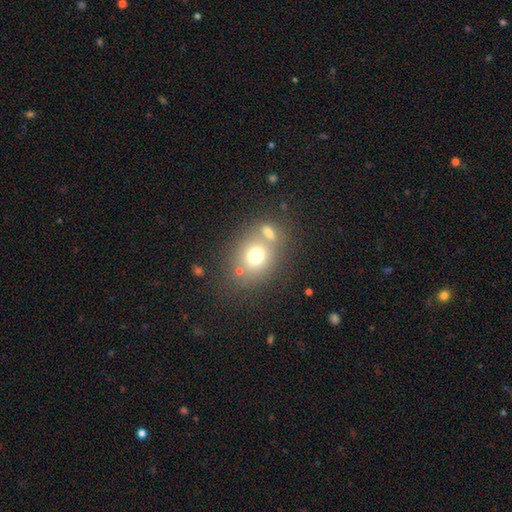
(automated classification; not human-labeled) Smooth or featured: smooth — 70% (featured or disk — 17%)
How rounded: round — 59% (in between — 39%)
Merging: none — 51% (merger — 31%)